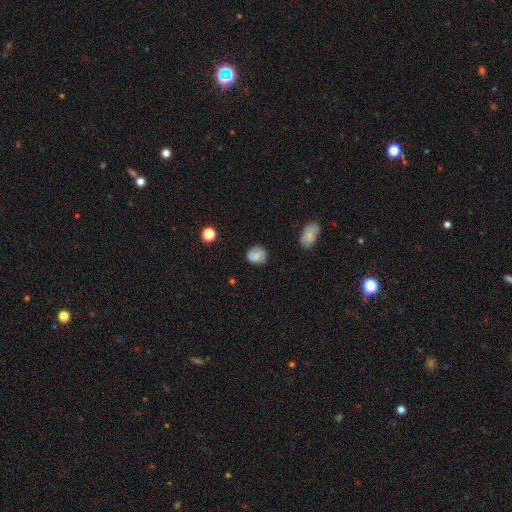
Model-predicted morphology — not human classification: A smooth galaxy with no disk features (70%) that is round (73%). Merging: none (75%).